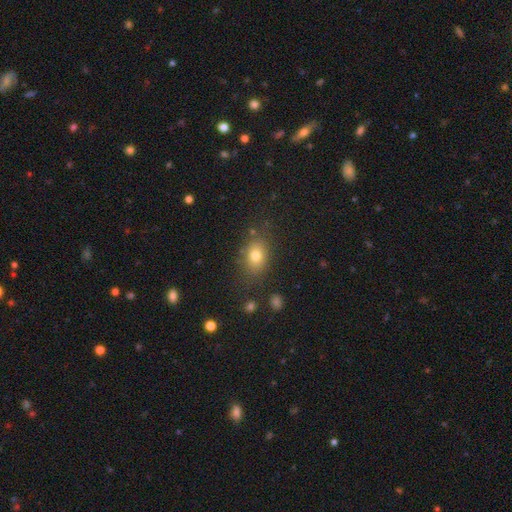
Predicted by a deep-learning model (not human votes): A smooth galaxy with no disk features (76%) that is in between round and cigar-shaped (70%). Merging: none (79%).